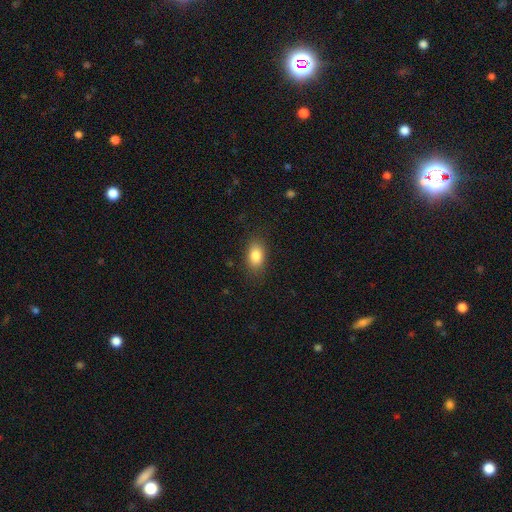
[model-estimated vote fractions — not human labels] Overall: smooth (84%). How rounded: in between (85%). Merging: none (83%).